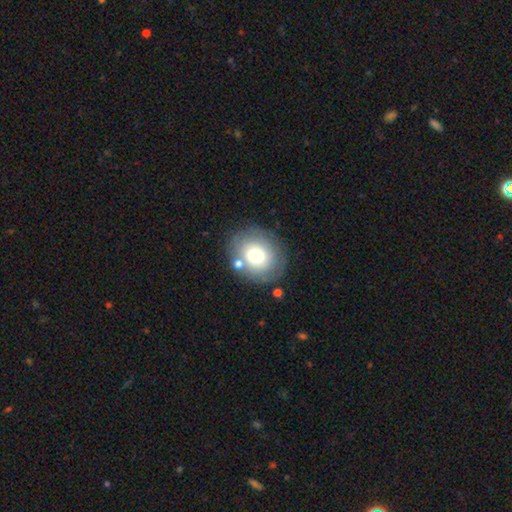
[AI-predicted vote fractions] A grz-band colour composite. It shows a smooth galaxy with no disk features (68%) that is round (61%). Merging: none (73%).